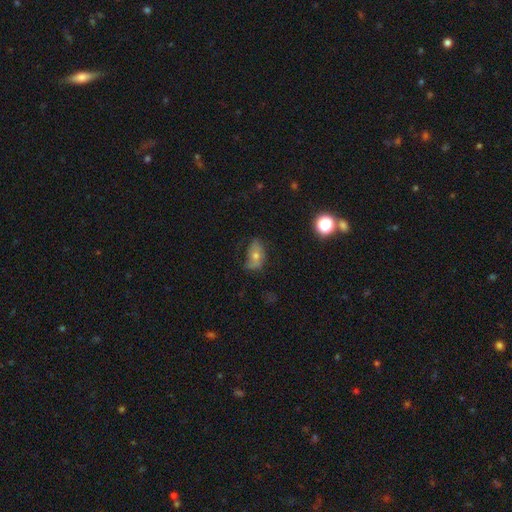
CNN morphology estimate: Smooth or featured: smooth — 61% (featured or disk — 27%)
How rounded: in between — 86% (round — 12%)
Merging: none — 49% (minor disturbance — 34%)